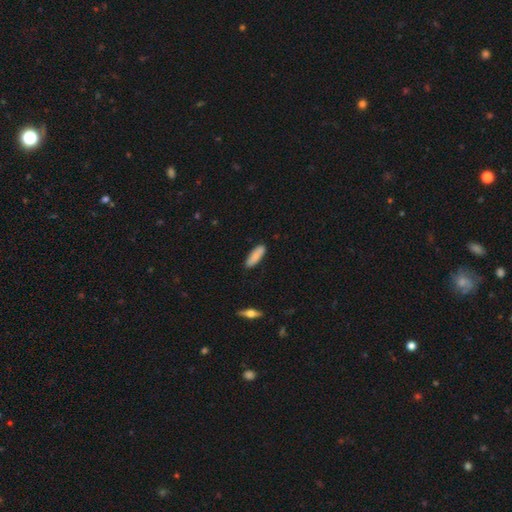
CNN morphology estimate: smooth 85%, featured or disk 9%, star or artifact 6%. Down the decision tree: how rounded — in between (51%); merging — none (86%).